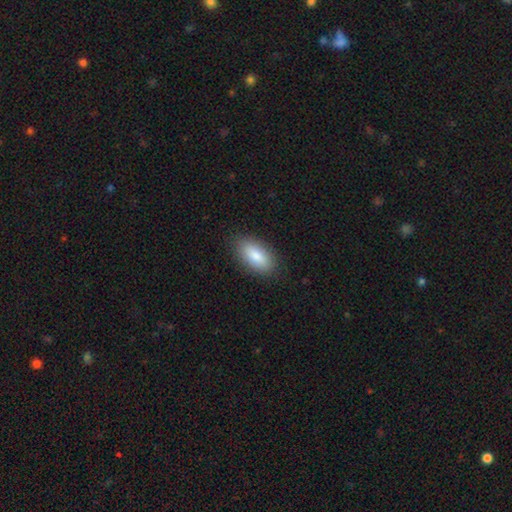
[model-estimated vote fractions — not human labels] This is clearly a smooth galaxy (85%). How rounded: clearly in between (91%). Merging: clearly none (88%).